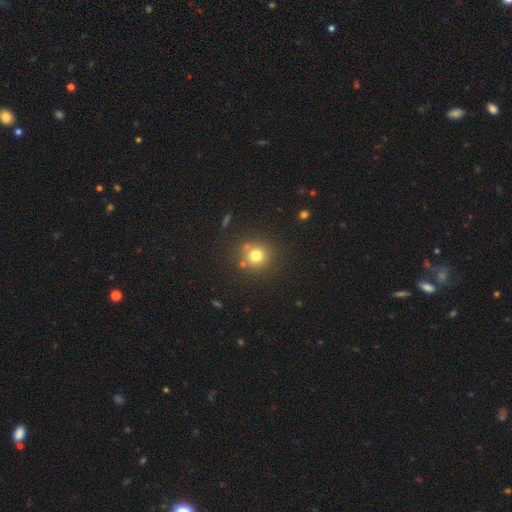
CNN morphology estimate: Smooth or featured? smooth (75%)
How rounded? round (92%)
Merging? none (78%)